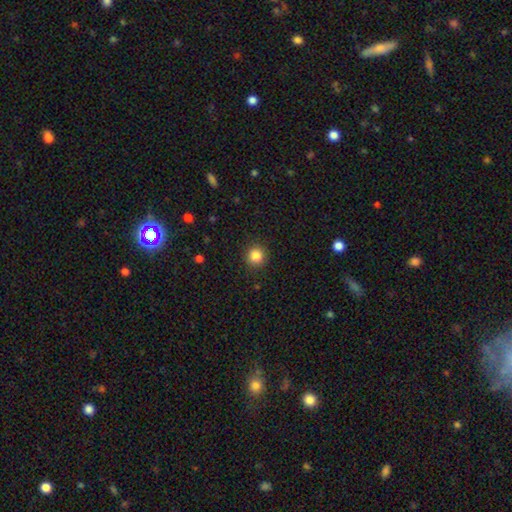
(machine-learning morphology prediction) A smooth galaxy with no disk features (85%) that is round (94%).

Vote fractions:
- Smooth or featured? smooth: 85% / star or artifact: 11% / featured or disk: 4%
- How rounded? round: 94% / in between: 5% / cigar-shaped: 1%
- Merging? none: 91% / minor disturbance: 5% / major disturbance: 2% / merger: 1%